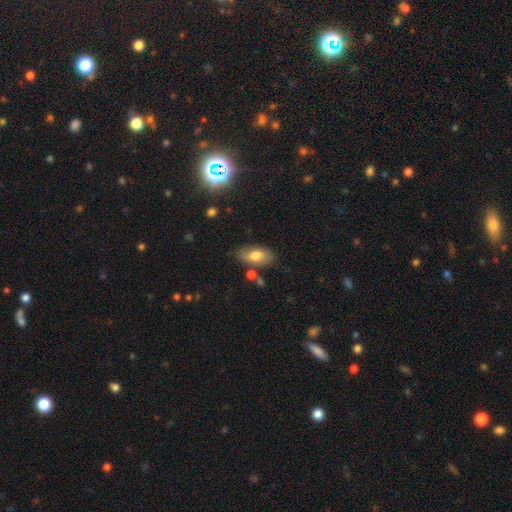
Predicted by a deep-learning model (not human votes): This is likely a smooth galaxy (72%). How rounded: clearly in between (92%). Merging: likely none (74%).